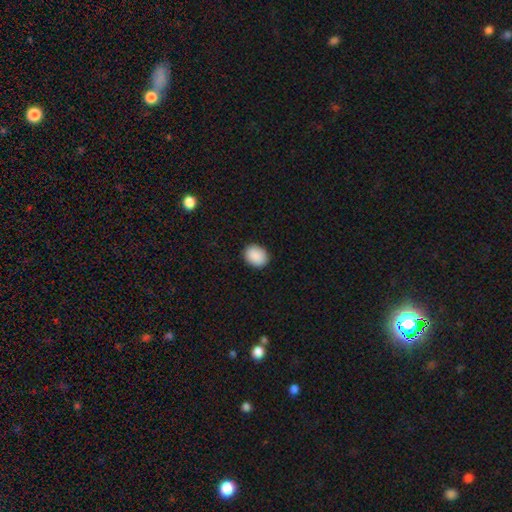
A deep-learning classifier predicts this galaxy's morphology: This is clearly a smooth galaxy (91%). How rounded: possibly in between (55%). Merging: clearly none (90%).